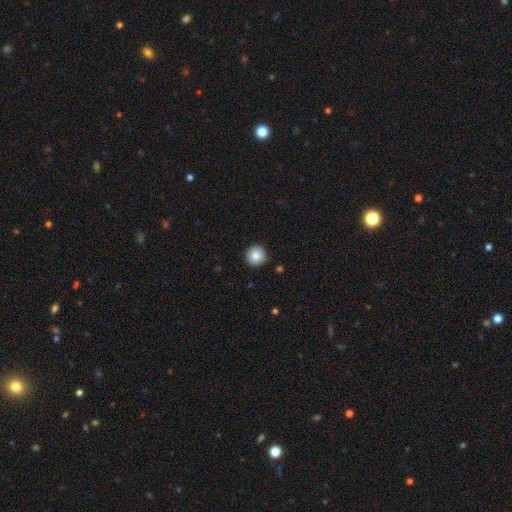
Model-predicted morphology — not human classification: Smooth or featured: smooth — 84% (star or artifact — 9%)
How rounded: round — 96% (in between — 3%)
Merging: none — 92% (minor disturbance — 5%)